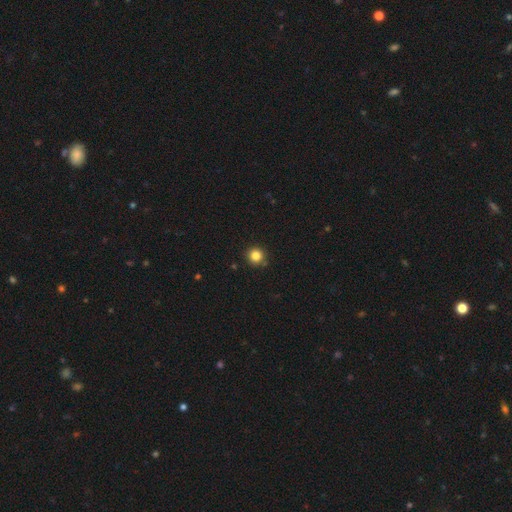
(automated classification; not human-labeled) A smooth galaxy with no disk features (83%) that is round (95%).

Vote fractions:
- Smooth or featured? smooth: 83% / star or artifact: 13% / featured or disk: 5%
- How rounded? round: 95% / in between: 4% / cigar-shaped: 1%
- Merging? none: 90% / minor disturbance: 7% / merger: 2% / major disturbance: 2%